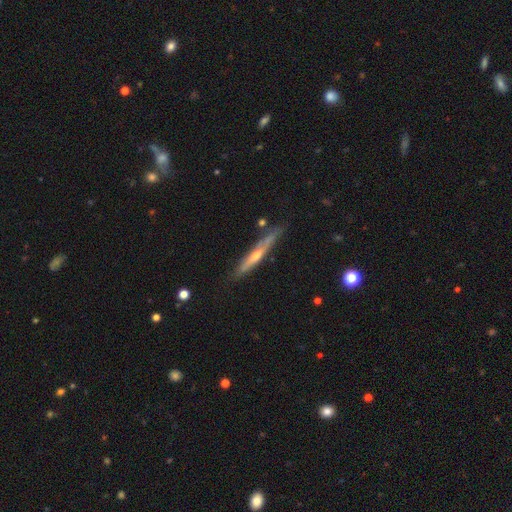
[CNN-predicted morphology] smooth_or_featured: featured or disk (p=0.60) [alt: smooth p=0.34]
disk_edge_on: yes (p=0.92) [alt: no p=0.08]
edge_on_bulge: rounded (p=0.64) [alt: none p=0.32]
merging: none (p=0.77) [alt: minor disturbance p=0.17]